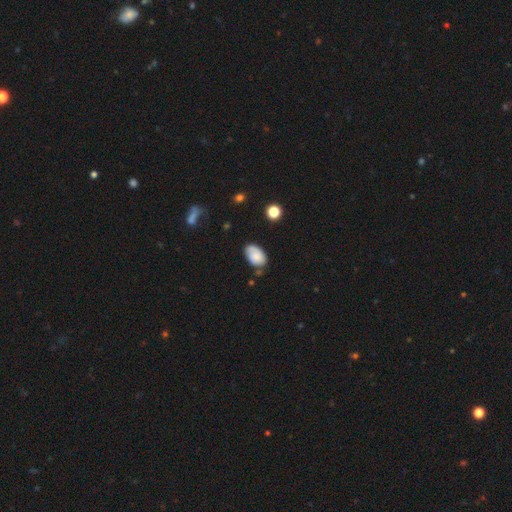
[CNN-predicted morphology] This is likely a smooth galaxy (76%). How rounded: clearly in between (90%). Merging: possibly none (59%).